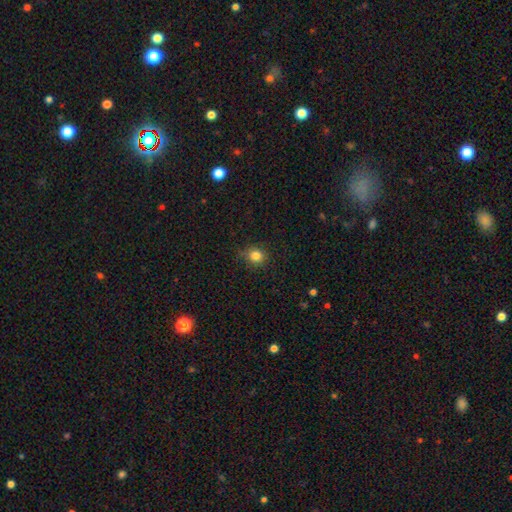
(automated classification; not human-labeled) This appears to be a smooth galaxy with no disk features (82%) that is round (86%). Merging: none (82%).